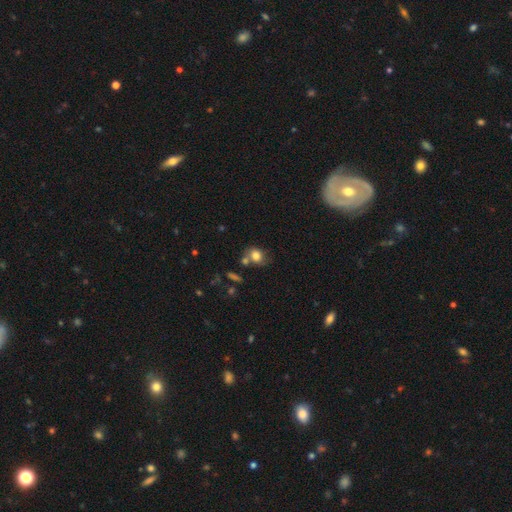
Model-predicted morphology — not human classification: smooth_or_featured: smooth (p=0.78) [alt: featured or disk p=0.12]
how_rounded: round (p=0.53) [alt: in between p=0.45]
merging: none (p=0.49) [alt: merger p=0.24]